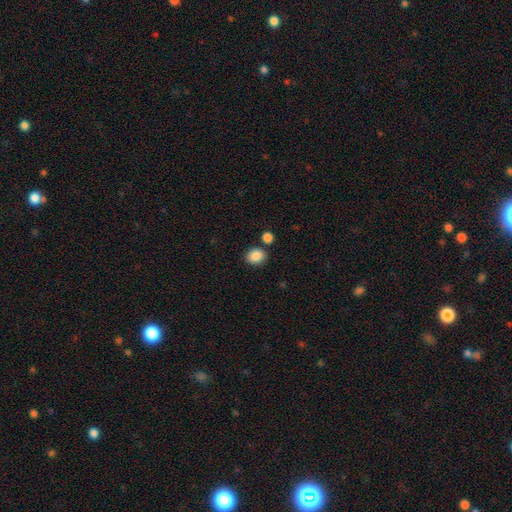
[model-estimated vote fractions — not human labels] Smooth or featured? Predicted: smooth (p=0.88). How rounded? Predicted: round (p=0.55). Merging? Predicted: none (p=0.80).